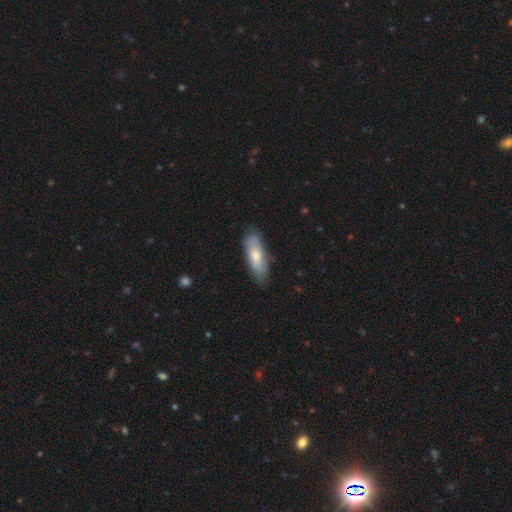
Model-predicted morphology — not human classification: Smooth or featured?
  - smooth: 64% *
  - featured or disk: 29%
  - star or artifact: 6%
How rounded?
  - in between: 58% *
  - cigar-shaped: 40%
  - round: 2%
Merging?
  - none: 78% *
  - minor disturbance: 17%
  - major disturbance: 3%
  - merger: 1%